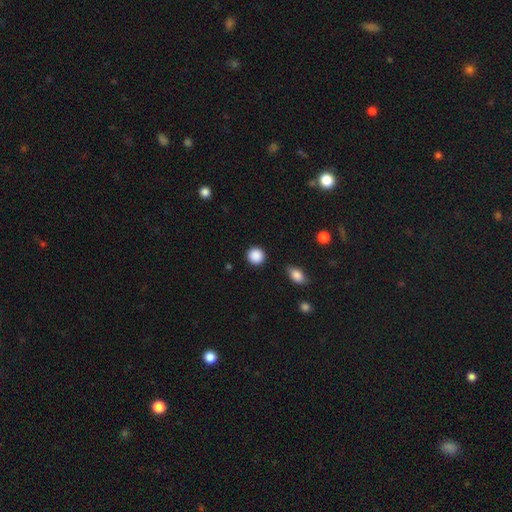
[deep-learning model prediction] Morphology: type=smooth (89%); roundness=round (93%); merging=none (90%).